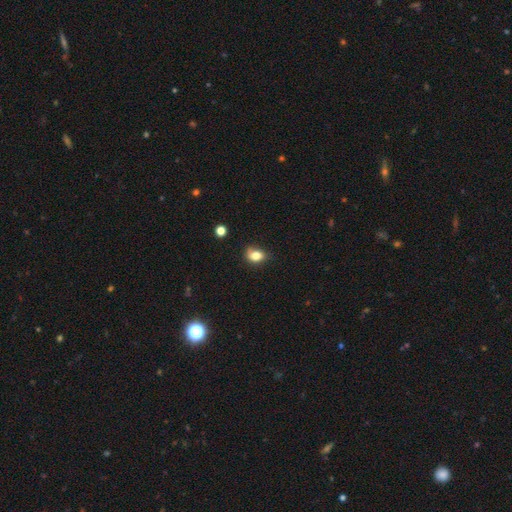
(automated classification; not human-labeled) Smooth or featured? Predicted: smooth (p=0.81). How rounded? Predicted: in between (p=0.65). Merging? Predicted: none (p=0.57).